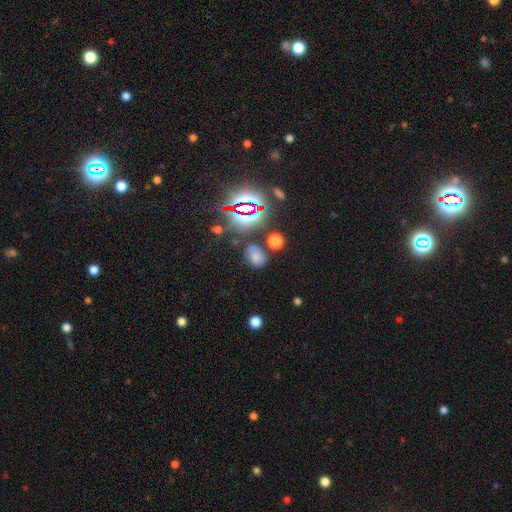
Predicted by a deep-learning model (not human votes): A smooth galaxy with no disk features (57%) that is in between round and cigar-shaped (67%).

Vote fractions:
- Smooth or featured? smooth: 57% / star or artifact: 30% / featured or disk: 14%
- How rounded? in between: 67% / round: 32% / cigar-shaped: 1%
- Merging? none: 67% / minor disturbance: 18% / merger: 8% / major disturbance: 7%